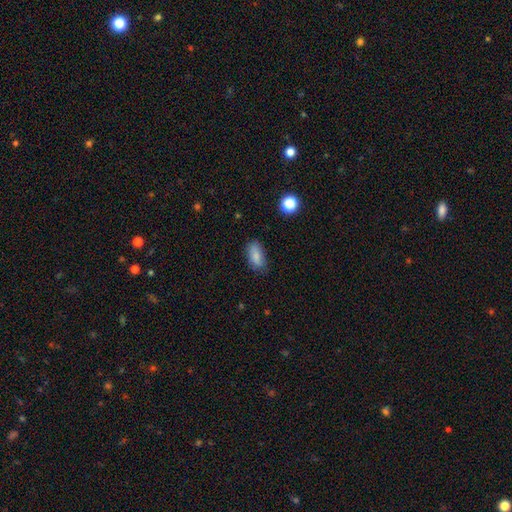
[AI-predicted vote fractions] smooth-or-featured: smooth: 83% | featured or disk: 9% | star or artifact: 8%
  how-rounded: in between: 86% | cigar-shaped: 10% | round: 4%
  merging: none: 77% | minor disturbance: 18% | major disturbance: 4% | merger: 1%